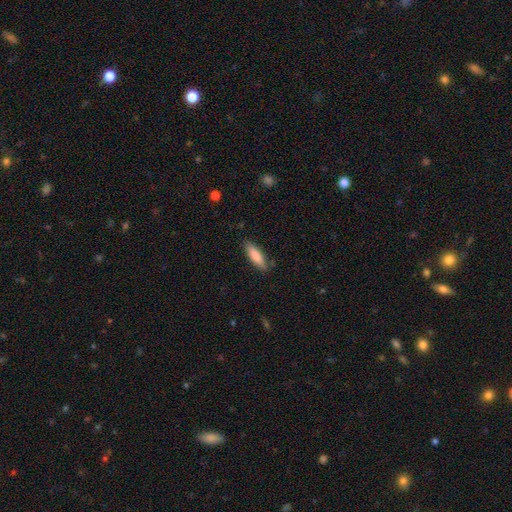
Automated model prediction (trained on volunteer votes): Smooth or featured: smooth — 84% (featured or disk — 11%)
How rounded: cigar-shaped — 54% (in between — 44%)
Merging: none — 84% (minor disturbance — 12%)